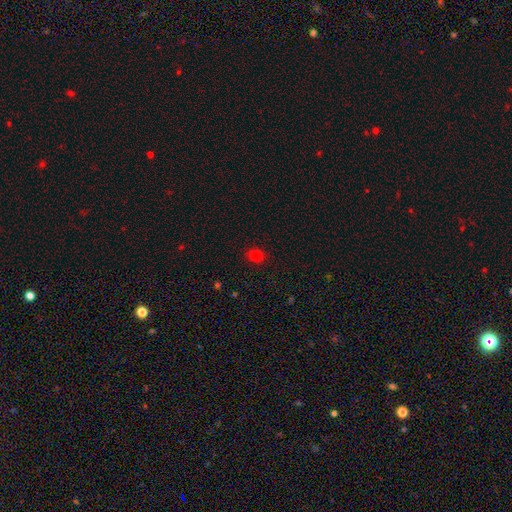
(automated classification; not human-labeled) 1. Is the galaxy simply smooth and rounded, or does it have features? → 77% smooth, 18% star or artifact, 5% featured or disk.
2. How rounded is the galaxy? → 71% round, 28% in between, 1% cigar-shaped.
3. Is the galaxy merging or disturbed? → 89% none, 8% minor disturbance, 2% major disturbance, 1% merger.